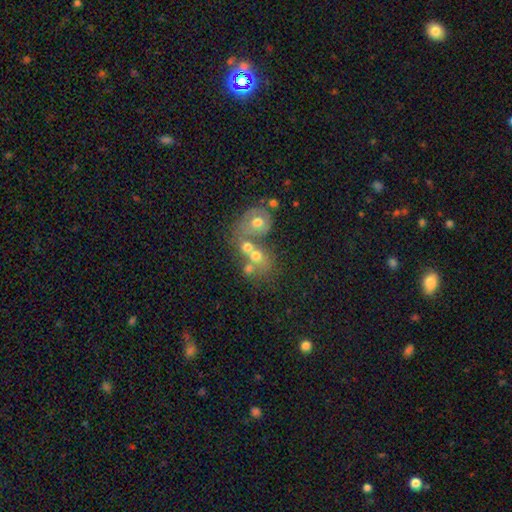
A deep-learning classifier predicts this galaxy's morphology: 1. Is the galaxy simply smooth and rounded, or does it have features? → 50% smooth, 36% featured or disk, 15% star or artifact.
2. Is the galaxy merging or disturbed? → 61% merger, 22% none, 9% minor disturbance, 8% major disturbance.